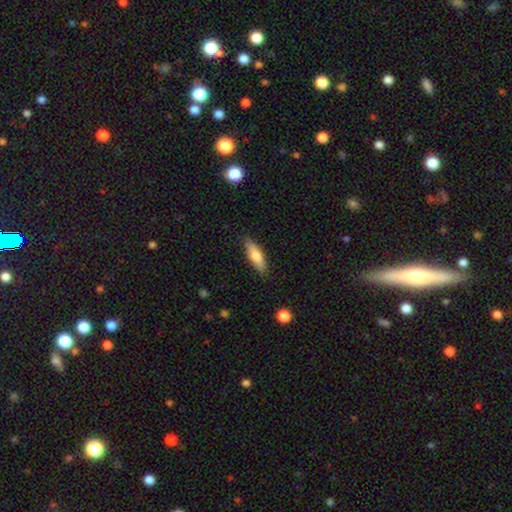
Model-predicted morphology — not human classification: smooth_or_featured: smooth (p=0.65) [alt: featured or disk p=0.29]
how_rounded: cigar-shaped (p=0.55) [alt: in between p=0.43]
merging: none (p=0.87) [alt: minor disturbance p=0.10]